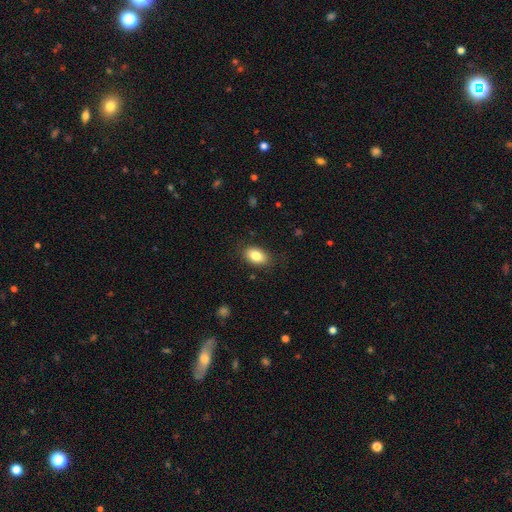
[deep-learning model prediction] Smooth or featured? smooth (83%)
How rounded? in between (89%)
Merging? none (85%)